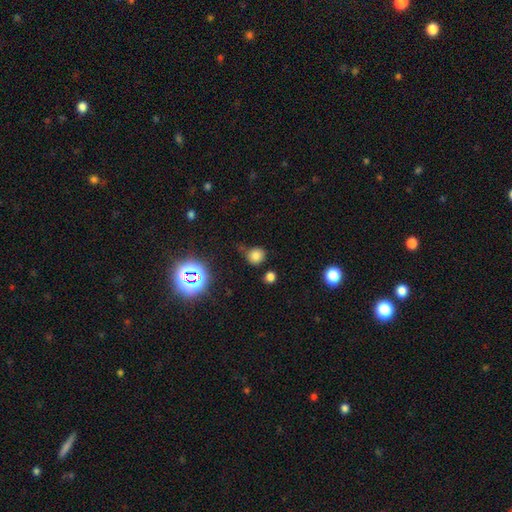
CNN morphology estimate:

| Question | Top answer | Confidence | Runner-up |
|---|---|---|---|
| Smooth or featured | smooth | 75% | star or artifact (19%) |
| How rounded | round | 84% | in between (14%) |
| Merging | none | 70% | minor disturbance (17%) |